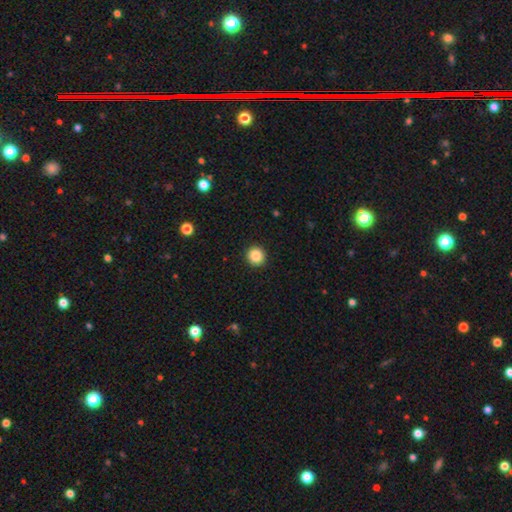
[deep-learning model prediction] A smooth galaxy with no disk features (87%) that is round (94%). Merging: none (93%).